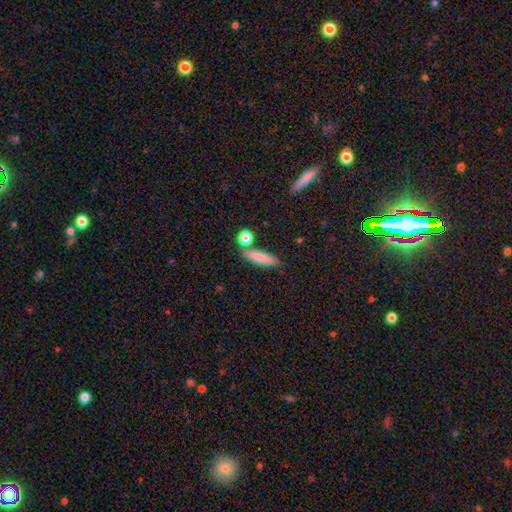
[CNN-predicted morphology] smooth_or_featured: smooth (p=0.76) [alt: featured or disk p=0.16]
how_rounded: cigar-shaped (p=0.72) [alt: in between p=0.24]
merging: none (p=0.76) [alt: minor disturbance p=0.11]